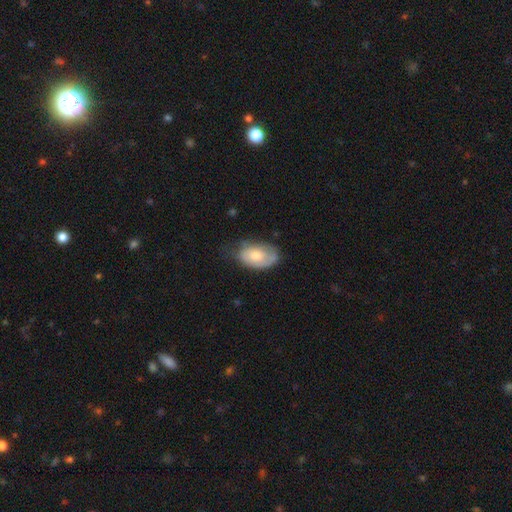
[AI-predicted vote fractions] Q: Smooth or featured?
A: smooth (65%); runner-up: featured or disk (29%)
Q: How rounded?
A: in between (92%); runner-up: round (7%)
Q: Merging?
A: none (51%); runner-up: minor disturbance (35%)